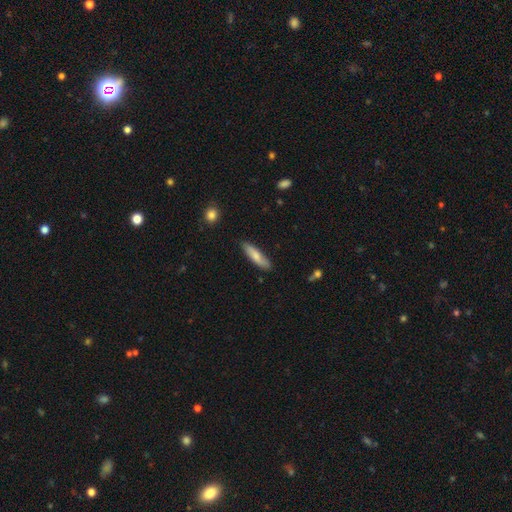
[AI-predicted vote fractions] Morphology: type=smooth (74%); roundness=cigar-shaped (69%); merging=none (84%).